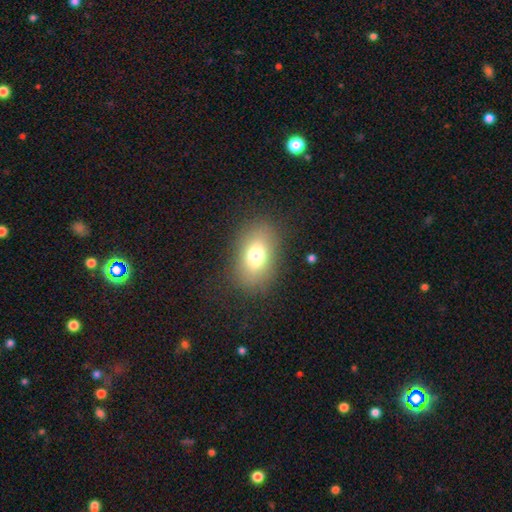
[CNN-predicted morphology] Overall: smooth (74%). How rounded: in between (82%). Merging: none (83%).